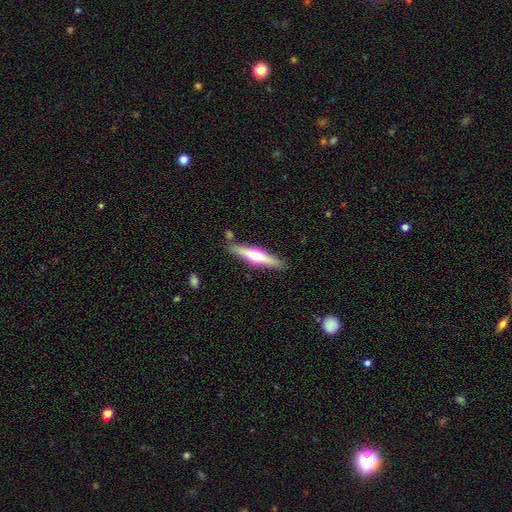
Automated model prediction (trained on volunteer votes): Smooth or featured: featured or disk — 62% (smooth — 32%)
Edge-on disk: yes — 96% (no — 4%)
Edge-on bulge: rounded — 94% (boxy — 3%)
Merging: none — 85% (minor disturbance — 9%)